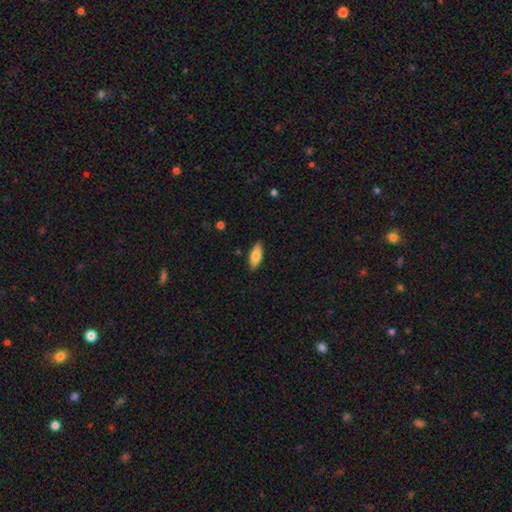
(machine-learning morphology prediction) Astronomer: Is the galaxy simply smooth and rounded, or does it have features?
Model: smooth — 81%.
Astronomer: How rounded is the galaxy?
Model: in between — 79%.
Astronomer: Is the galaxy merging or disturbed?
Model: none — 86%.